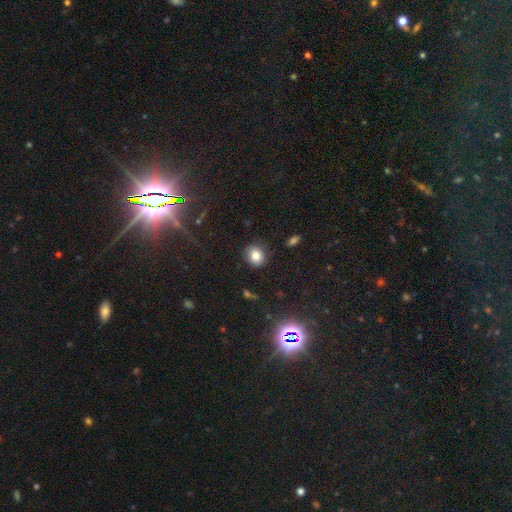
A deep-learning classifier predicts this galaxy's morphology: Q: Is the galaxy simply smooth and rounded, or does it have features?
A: smooth — 80%.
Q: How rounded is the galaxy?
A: round — 70%.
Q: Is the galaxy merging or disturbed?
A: none — 83%.